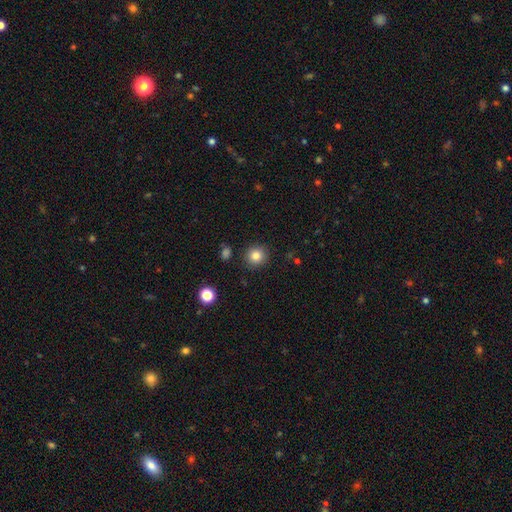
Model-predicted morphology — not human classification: smooth-or-featured: smooth: 83% | star or artifact: 11% | featured or disk: 6%
  how-rounded: round: 91% | in between: 8% | cigar-shaped: 1%
  merging: none: 90% | minor disturbance: 7% | major disturbance: 2% | merger: 2%